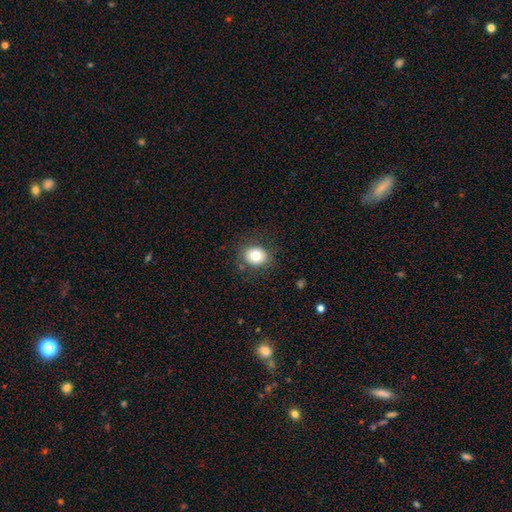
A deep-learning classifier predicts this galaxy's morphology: A smooth galaxy with no disk features (78%) that is round (67%).

Vote fractions:
- Smooth or featured? smooth: 78% / featured or disk: 12% / star or artifact: 11%
- How rounded? round: 67% / in between: 32% / cigar-shaped: 1%
- Merging? none: 84% / minor disturbance: 11% / major disturbance: 4% / merger: 1%